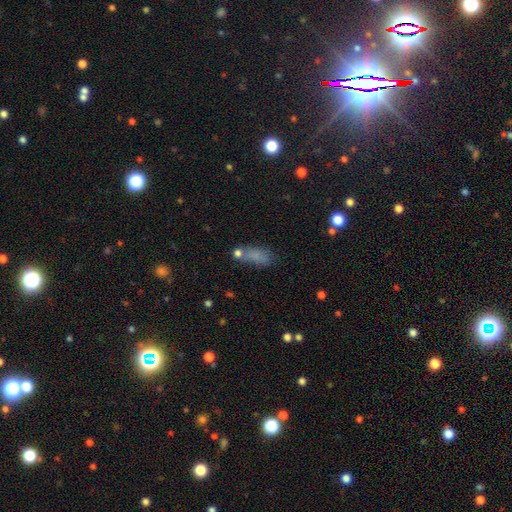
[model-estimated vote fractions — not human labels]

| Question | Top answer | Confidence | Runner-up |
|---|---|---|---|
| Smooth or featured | smooth | 72% | star or artifact (15%) |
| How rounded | in between | 72% | cigar-shaped (22%) |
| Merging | none | 50% | minor disturbance (21%) |